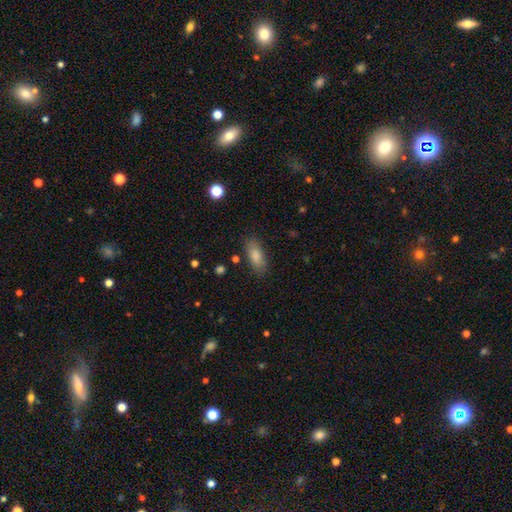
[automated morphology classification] smooth-or-featured: smooth: 85% | featured or disk: 8% | star or artifact: 7%
  how-rounded: in between: 81% | cigar-shaped: 16% | round: 2%
  merging: none: 84% | minor disturbance: 12% | major disturbance: 3% | merger: 2%